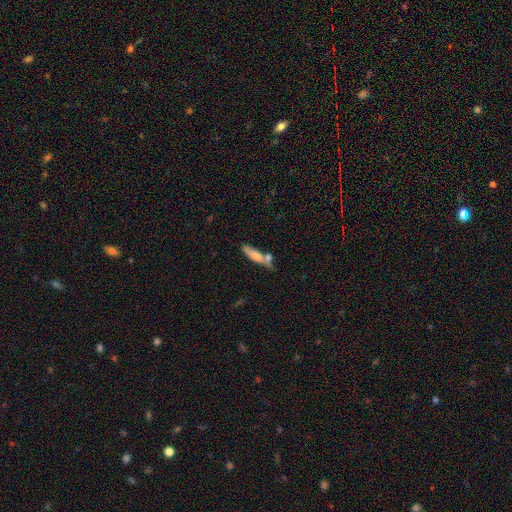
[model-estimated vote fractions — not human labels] Smooth or featured: smooth — 70% (featured or disk — 23%)
How rounded: cigar-shaped — 73% (in between — 25%)
Merging: none — 47% (merger — 28%)